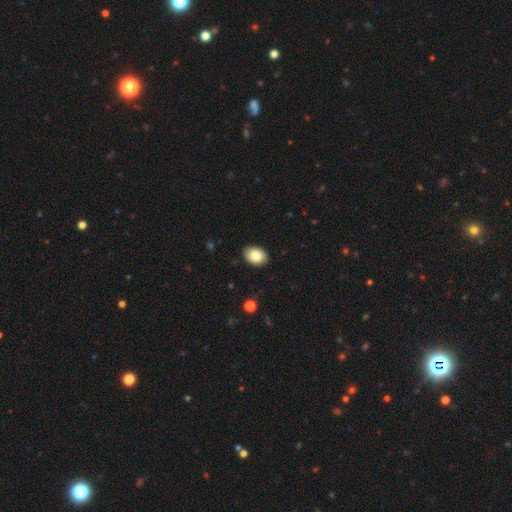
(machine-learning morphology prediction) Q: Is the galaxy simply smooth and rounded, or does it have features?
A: smooth — 85%.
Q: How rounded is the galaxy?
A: in between — 82%.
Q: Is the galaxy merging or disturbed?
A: none — 88%.